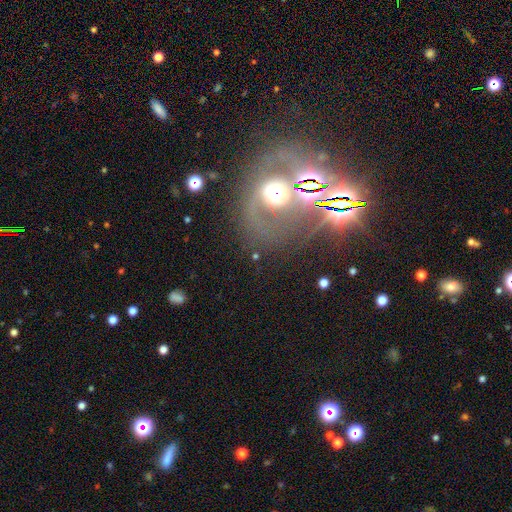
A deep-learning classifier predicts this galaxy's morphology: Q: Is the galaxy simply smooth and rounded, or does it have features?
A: featured or disk — 41%.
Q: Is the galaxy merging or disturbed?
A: none — 60%.